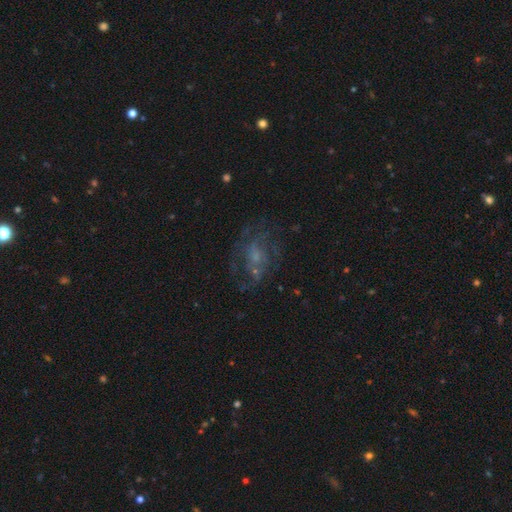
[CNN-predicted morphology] Smooth or featured? Predicted: featured or disk (p=0.61). Edge-on disk? Predicted: no (p=0.97). Bar? Predicted: no (p=0.69). Spiral arms? Predicted: yes (p=0.62). Bulge size? Predicted: small (p=0.49). Merging? Predicted: none (p=0.56).